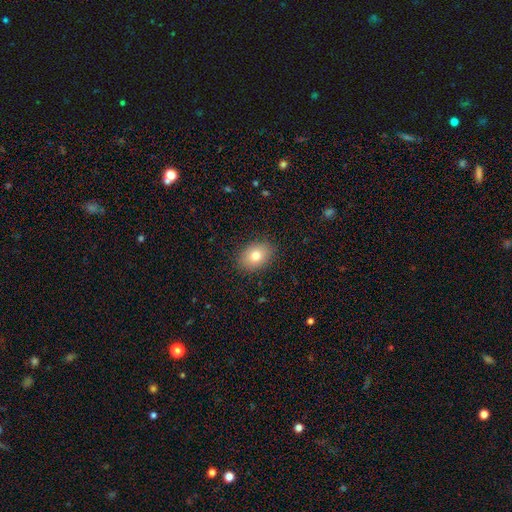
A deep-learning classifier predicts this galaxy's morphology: Smooth or featured? Predicted: smooth (p=0.79). How rounded? Predicted: in between (p=0.74). Merging? Predicted: none (p=0.88).